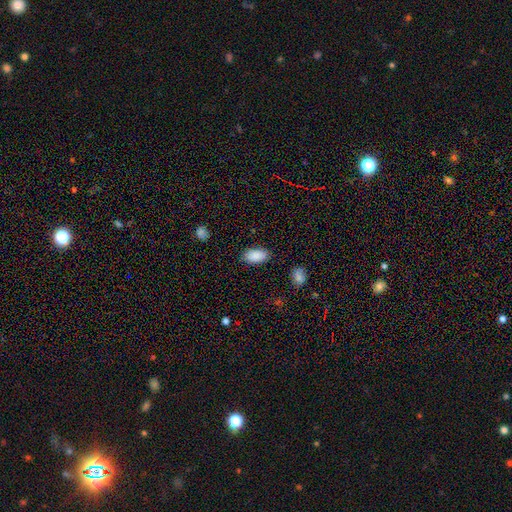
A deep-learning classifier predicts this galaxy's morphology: The model was most divided on "merging": none: 85%, minor disturbance: 11%, major disturbance: 3%, merger: 2%. More confident: how rounded — in between (94%); smooth or featured — smooth (89%).